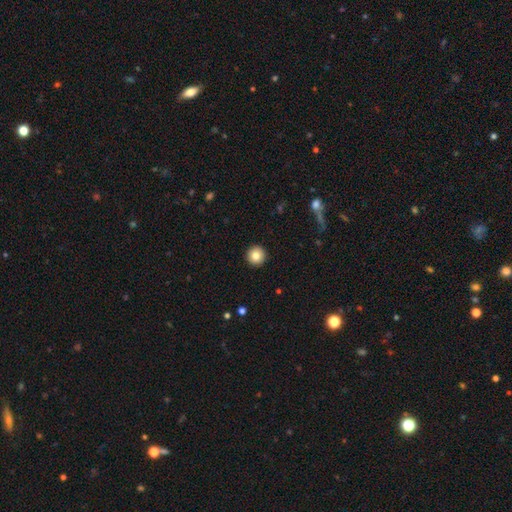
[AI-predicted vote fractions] Smooth or featured? Predicted: smooth (p=0.82). How rounded? Predicted: round (p=0.96). Merging? Predicted: none (p=0.93).